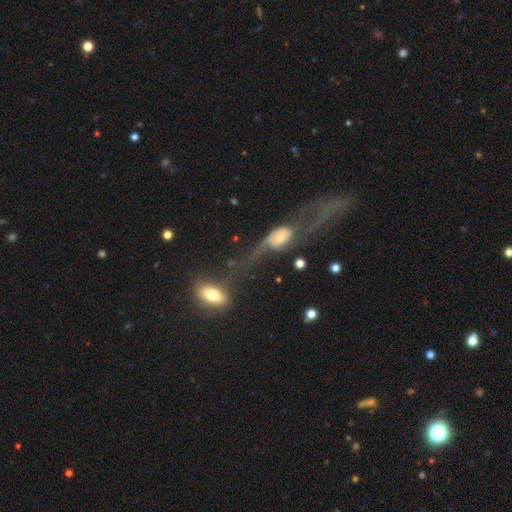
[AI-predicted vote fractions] Morphology: type=featured or disk (47%); merging=merger (38%).